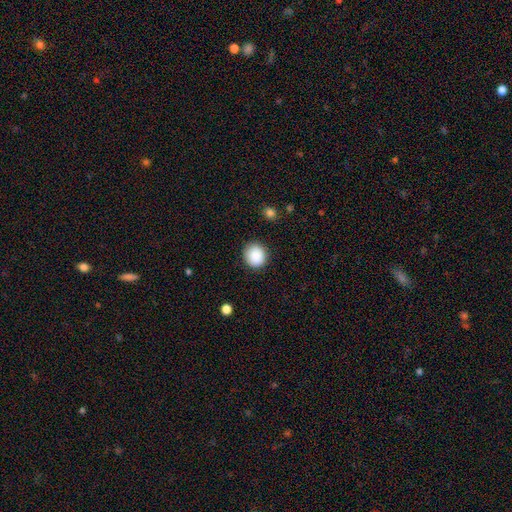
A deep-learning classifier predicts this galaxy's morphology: smooth-or-featured: smooth: 89% | star or artifact: 8% | featured or disk: 3%
  how-rounded: round: 89% | in between: 10% | cigar-shaped: 1%
  merging: none: 89% | minor disturbance: 7% | major disturbance: 2% | merger: 1%